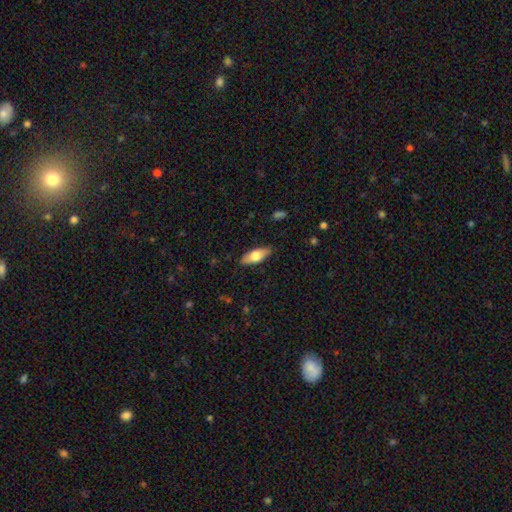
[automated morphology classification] A smooth galaxy with no disk features (64%) that is in between round and cigar-shaped (77%).

Vote fractions:
- Smooth or featured? smooth: 64% / featured or disk: 30% / star or artifact: 6%
- How rounded? in between: 77% / cigar-shaped: 21% / round: 3%
- Merging? none: 87% / minor disturbance: 10% / major disturbance: 2% / merger: 1%